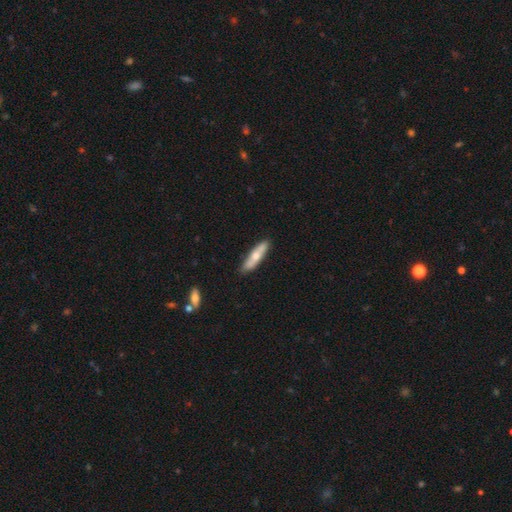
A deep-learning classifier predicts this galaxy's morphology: Smooth or featured? smooth (55%)
How rounded? cigar-shaped (76%)
Merging? none (85%)